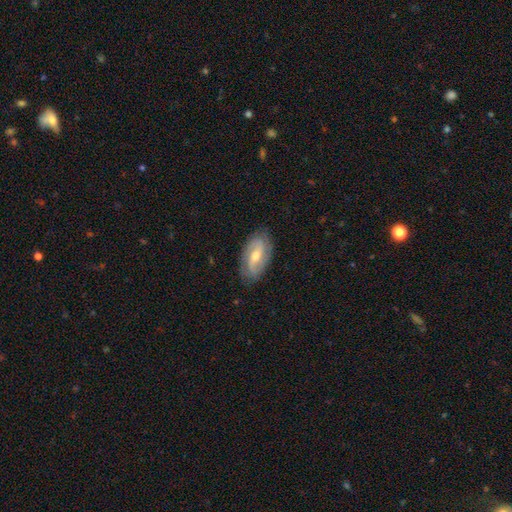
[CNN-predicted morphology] Smooth or featured? featured or disk (73%)
Edge-on disk? no (93%)
Bar? weak (44%)
Spiral arms? yes (88%)
Spiral winding? medium (41%)
Spiral arm count? 2 (83%)
Bulge size? moderate (54%)
Merging? none (82%)